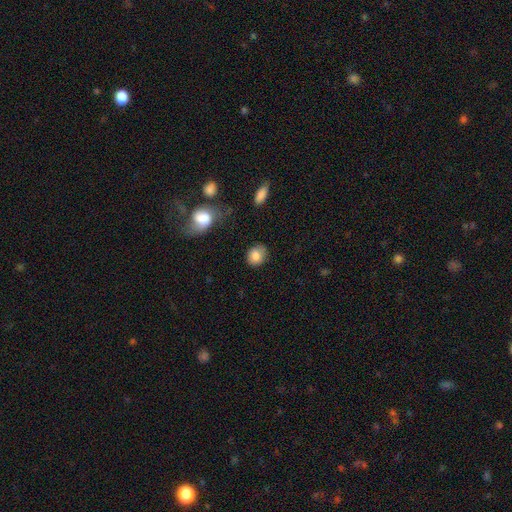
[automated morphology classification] Q: Smooth or featured?
A: smooth (83%); runner-up: featured or disk (9%)
Q: How rounded?
A: round (62%); runner-up: in between (37%)
Q: Merging?
A: none (82%); runner-up: minor disturbance (13%)